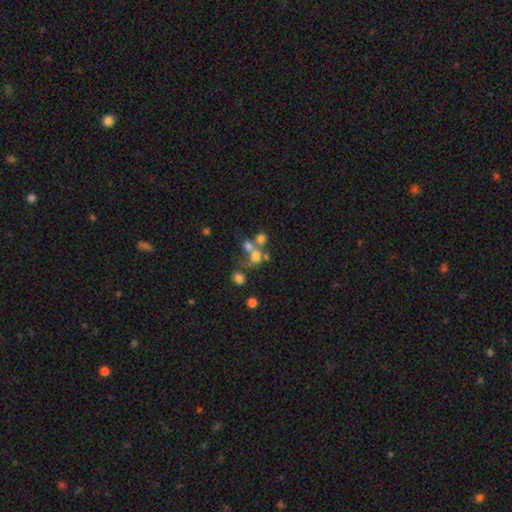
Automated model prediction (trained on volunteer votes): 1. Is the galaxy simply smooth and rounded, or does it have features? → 60% smooth, 21% featured or disk, 19% star or artifact.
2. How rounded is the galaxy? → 75% round, 24% in between, 1% cigar-shaped.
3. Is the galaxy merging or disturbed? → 48% merger, 35% none, 9% minor disturbance, 8% major disturbance.